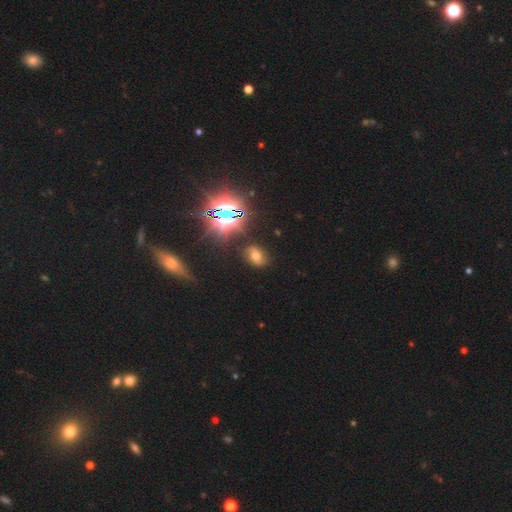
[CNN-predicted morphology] smooth 47%, star or artifact 31%, featured or disk 21%. Down the decision tree: merging — none (80%).